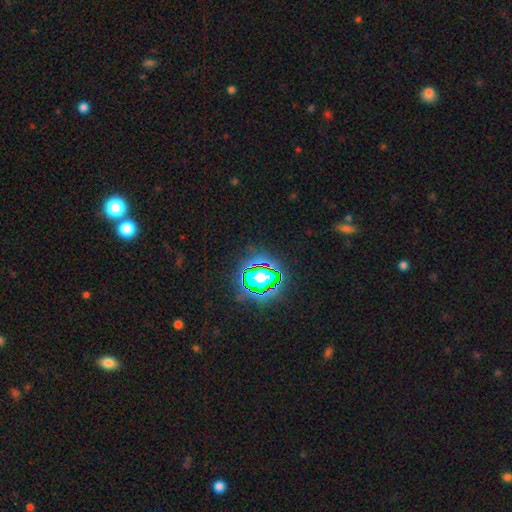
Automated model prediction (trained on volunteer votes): smooth-or-featured: star or artifact: 80% | smooth: 13% | featured or disk: 7%